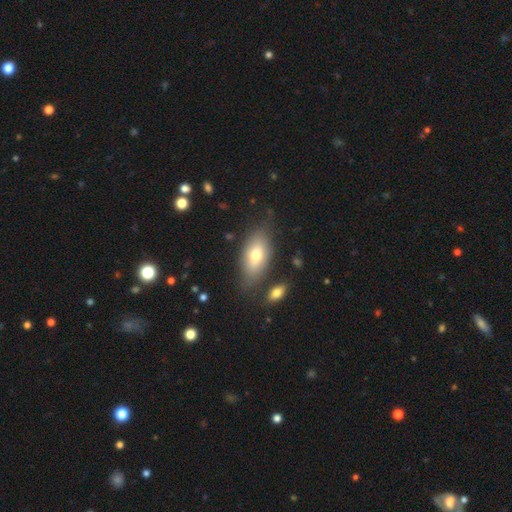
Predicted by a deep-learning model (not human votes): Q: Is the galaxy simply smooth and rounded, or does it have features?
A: smooth — 69%.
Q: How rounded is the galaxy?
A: in between — 88%.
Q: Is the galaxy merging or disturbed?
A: none — 73%.